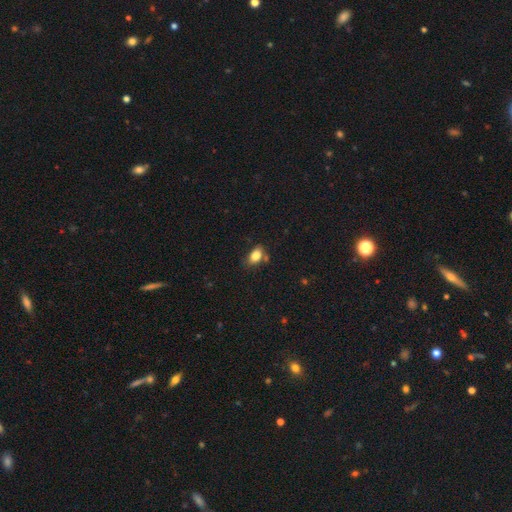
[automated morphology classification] smooth-or-featured: smooth: 83% | star or artifact: 9% | featured or disk: 8%
  how-rounded: in between: 86% | round: 12% | cigar-shaped: 2%
  merging: none: 62% | minor disturbance: 21% | merger: 12% | major disturbance: 5%